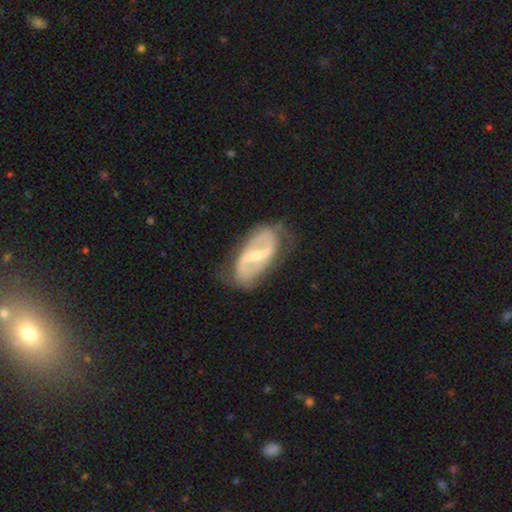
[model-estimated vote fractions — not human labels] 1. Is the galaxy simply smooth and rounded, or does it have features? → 81% featured or disk, 14% smooth, 5% star or artifact.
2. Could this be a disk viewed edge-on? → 93% no, 7% yes.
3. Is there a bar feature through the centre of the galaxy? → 56% strong, 33% weak, 11% no.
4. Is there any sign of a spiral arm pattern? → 80% yes, 20% no.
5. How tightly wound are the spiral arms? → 41% medium, 36% loose, 23% tight.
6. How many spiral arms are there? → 83% 2, 11% can't tell, 3% 1, 1% 3, 1% 4, 1% more than 4.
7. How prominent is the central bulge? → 60% small, 36% moderate, 2% none, 2% large, 1% dominant.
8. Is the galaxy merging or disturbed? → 69% none, 22% minor disturbance, 8% major disturbance, 2% merger.